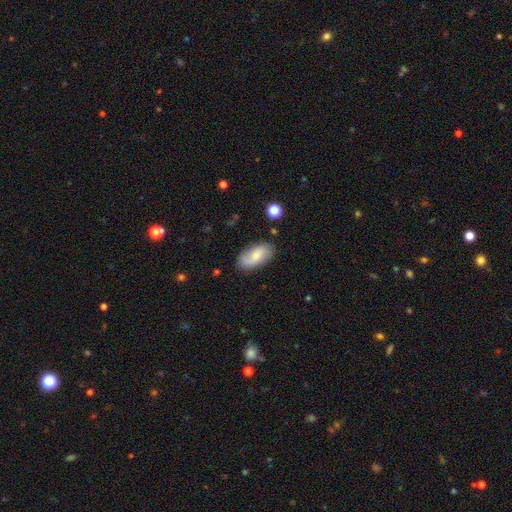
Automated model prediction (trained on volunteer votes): A smooth galaxy with no disk features (60%) that is in between round and cigar-shaped (92%). Merging: none (80%).